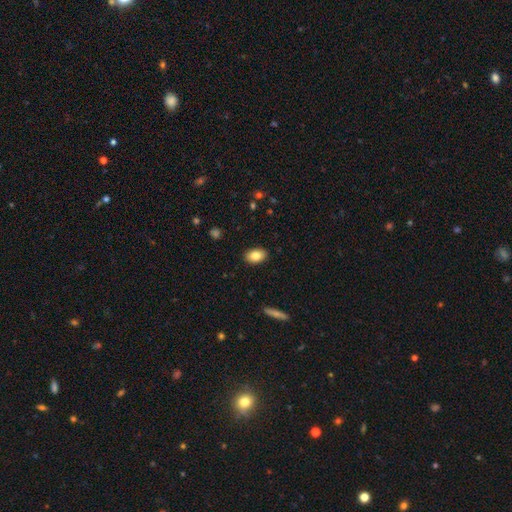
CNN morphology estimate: smooth_or_featured: smooth (p=0.83) [alt: featured or disk p=0.10]
how_rounded: in between (p=0.90) [alt: round p=0.09]
merging: none (p=0.89) [alt: minor disturbance p=0.08]